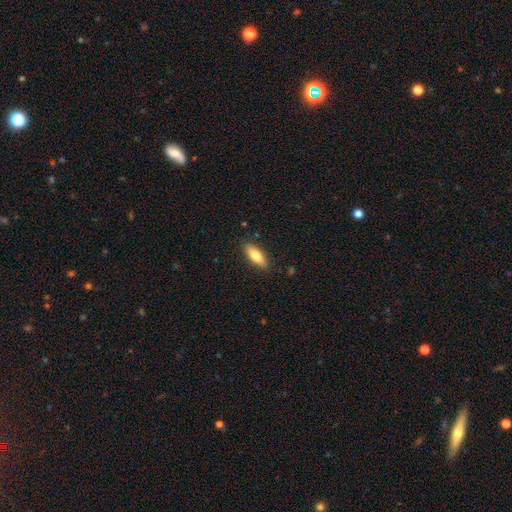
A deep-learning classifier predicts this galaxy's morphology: Overall: smooth (73%). How rounded: in between (64%; cigar-shaped 34%). Merging: none (87%).